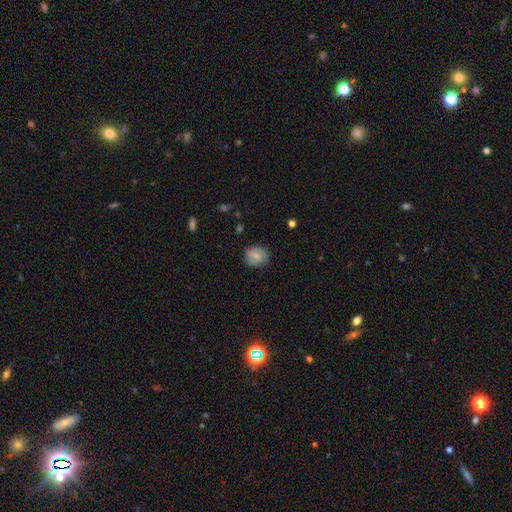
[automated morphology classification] Q: Smooth or featured?
A: smooth (62%); runner-up: featured or disk (30%)
Q: How rounded?
A: round (75%); runner-up: in between (24%)
Q: Merging?
A: none (72%); runner-up: minor disturbance (22%)